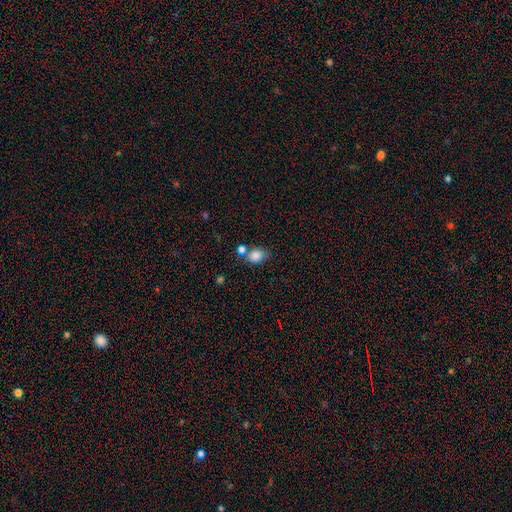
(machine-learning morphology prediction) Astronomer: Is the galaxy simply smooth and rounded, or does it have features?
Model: smooth — 84%.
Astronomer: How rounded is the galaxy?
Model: in between — 54% (runner-up: round, 45%).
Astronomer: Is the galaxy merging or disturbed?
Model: none — 59%.